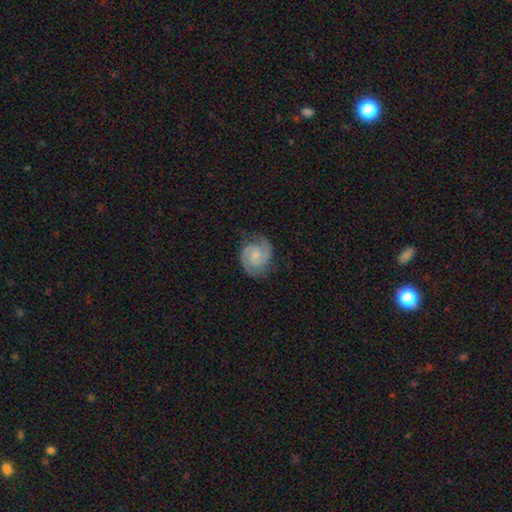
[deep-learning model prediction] Smooth or featured?
  - featured or disk: 85% *
  - smooth: 10%
  - star or artifact: 5%
Edge-on disk?
  - no: 98% *
  - yes: 2%
Bar?
  - no: 62% *
  - weak: 33%
  - strong: 5%
Spiral arms?
  - yes: 98% *
  - no: 2%
Spiral winding?
  - tight: 51% *
  - medium: 41%
  - loose: 7%
Spiral arm count?
  - 2: 85% *
  - 3: 6%
  - can't tell: 5%
  - 1: 2%
  - 4: 1%
  - more than 4: 1%
Bulge size?
  - small: 54% *
  - moderate: 28%
  - none: 15%
  - large: 2%
  - dominant: 1%
Merging?
  - none: 77% *
  - minor disturbance: 16%
  - major disturbance: 5%
  - merger: 1%